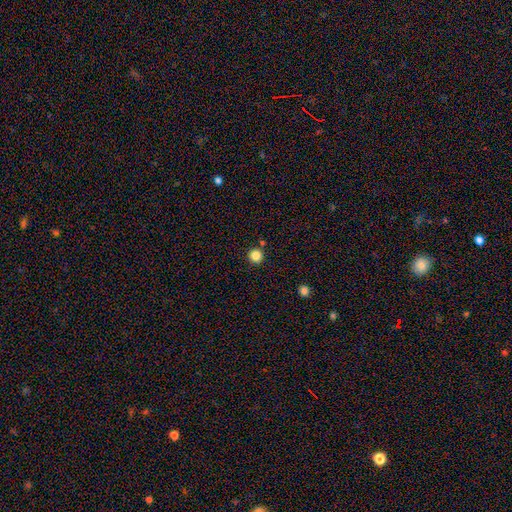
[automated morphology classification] Overall: smooth (85%). How rounded: round (95%). Merging: none (89%).